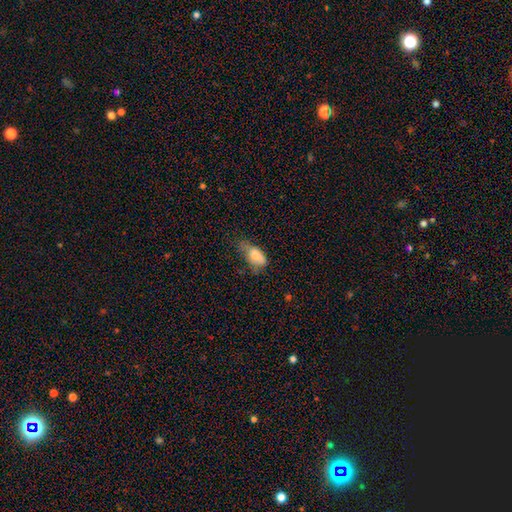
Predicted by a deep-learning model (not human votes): A smooth galaxy with no disk features (76%) that is in between round and cigar-shaped (90%).

Vote fractions:
- Smooth or featured? smooth: 76% / featured or disk: 16% / star or artifact: 8%
- How rounded? in between: 90% / round: 6% / cigar-shaped: 4%
- Merging? minor disturbance: 40% / none: 31% / major disturbance: 25% / merger: 4%